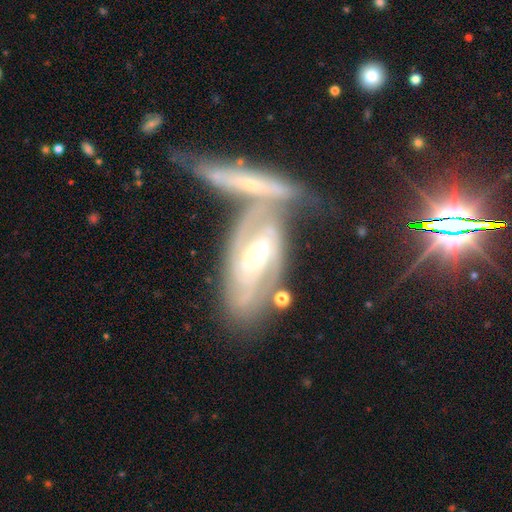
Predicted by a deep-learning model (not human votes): Morphology: type=featured or disk (83%); edge-on=no (87%); bar=weak (42%); spiral arms=yes (94%); winding=tight (55%); arm count=2 (47%); bulge=small (51%); merging=merger (41%).